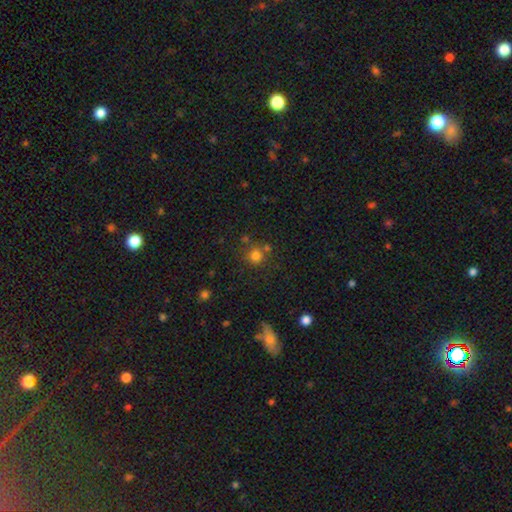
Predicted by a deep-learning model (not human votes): This appears to be a smooth galaxy with no disk features (76%) that is round (91%). Merging: none (70%).